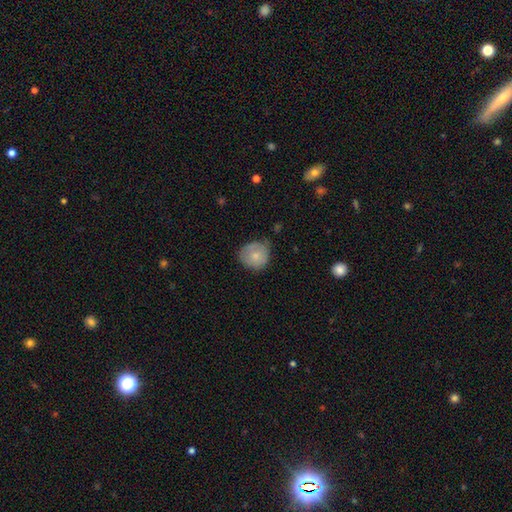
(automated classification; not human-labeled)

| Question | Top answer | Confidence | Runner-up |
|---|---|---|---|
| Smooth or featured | smooth | 75% | featured or disk (18%) |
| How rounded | round | 82% | in between (17%) |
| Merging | none | 57% | minor disturbance (34%) |